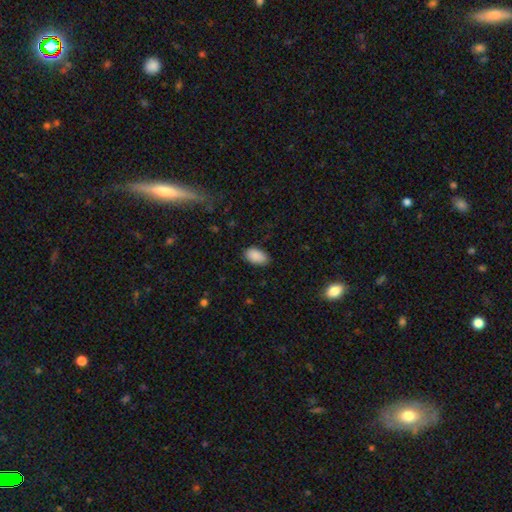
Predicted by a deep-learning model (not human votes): Smooth or featured?
  - smooth: 90% *
  - star or artifact: 7%
  - featured or disk: 3%
How rounded?
  - in between: 94% *
  - round: 5%
  - cigar-shaped: 2%
Merging?
  - none: 82% *
  - minor disturbance: 14%
  - major disturbance: 3%
  - merger: 1%